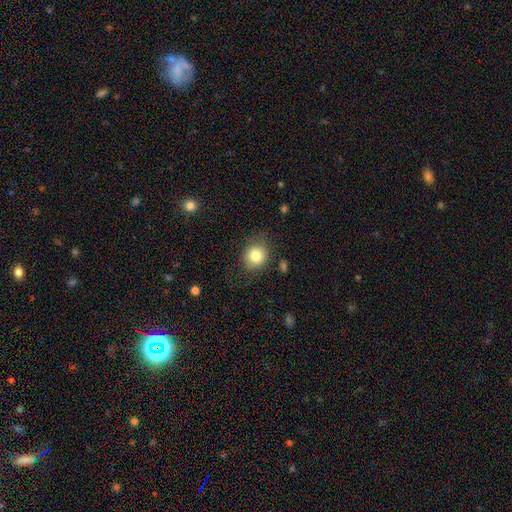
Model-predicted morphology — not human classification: type=smooth (81%); roundness=round (73%); merging=none (78%).